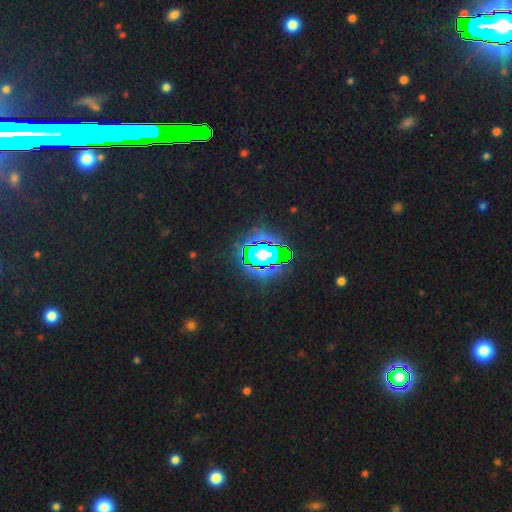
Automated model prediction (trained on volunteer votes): Q: Smooth or featured?
A: star or artifact (82%); runner-up: smooth (10%)